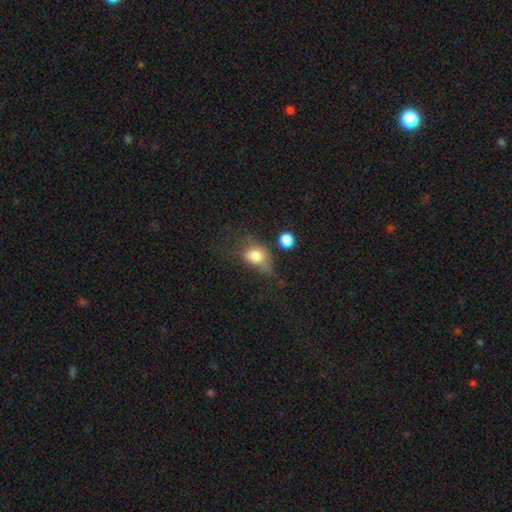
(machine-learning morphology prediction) Overall: smooth (75%). How rounded: in between (57%; round 41%). Merging: none (34%; minor disturbance 32%).